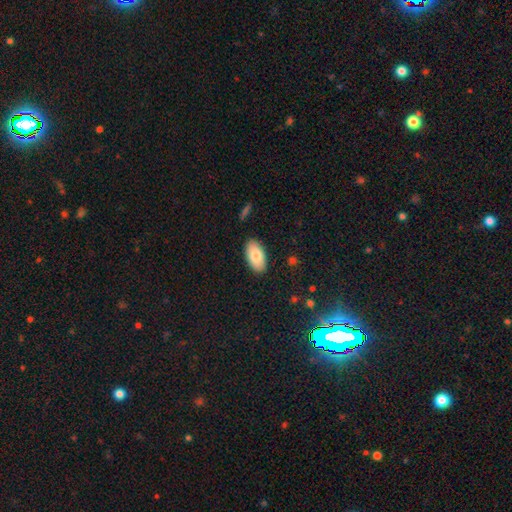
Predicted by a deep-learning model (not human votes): A smooth galaxy with no disk features (84%) that is in between round and cigar-shaped (95%). Merging: none (88%).